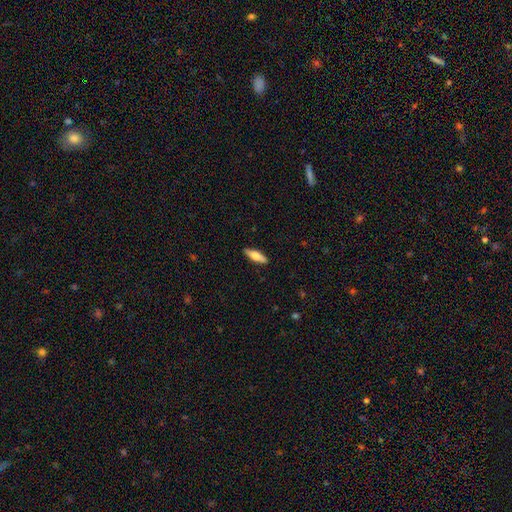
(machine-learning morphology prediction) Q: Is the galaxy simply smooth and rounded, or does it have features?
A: smooth — 61%.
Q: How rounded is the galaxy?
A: cigar-shaped — 55%.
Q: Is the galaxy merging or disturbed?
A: none — 90%.